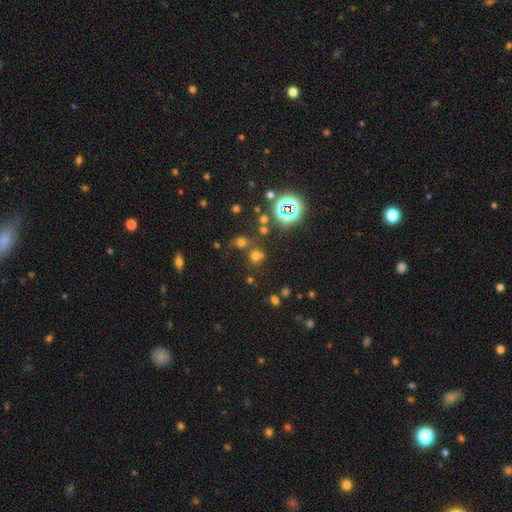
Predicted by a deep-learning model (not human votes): Smooth or featured: smooth — 53% (star or artifact — 38%)
How rounded: round — 84% (in between — 14%)
Merging: none — 65% (merger — 20%)